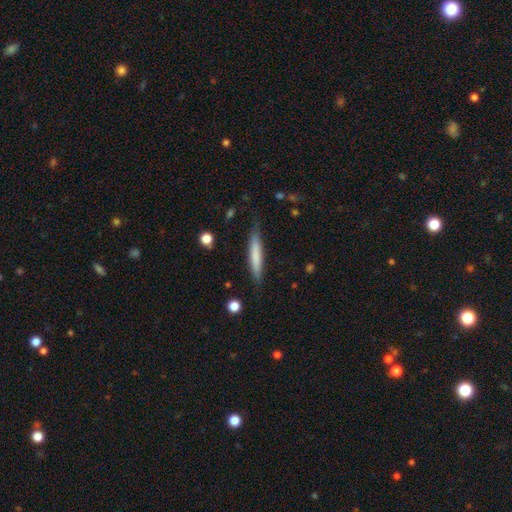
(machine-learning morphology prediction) Overall: smooth (70%). How rounded: cigar-shaped (92%). Merging: none (83%).